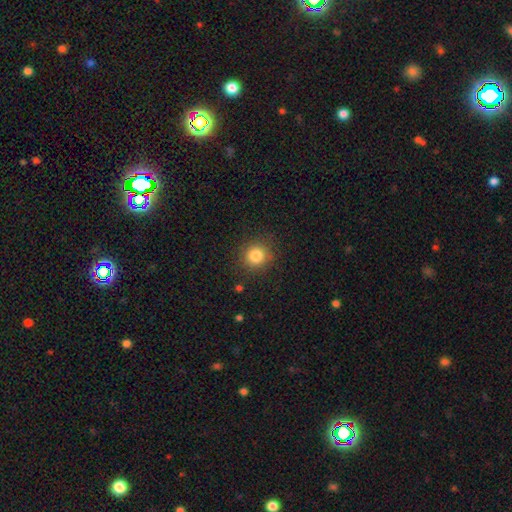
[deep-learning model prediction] Smooth or featured? smooth (82%)
How rounded? round (90%)
Merging? none (87%)